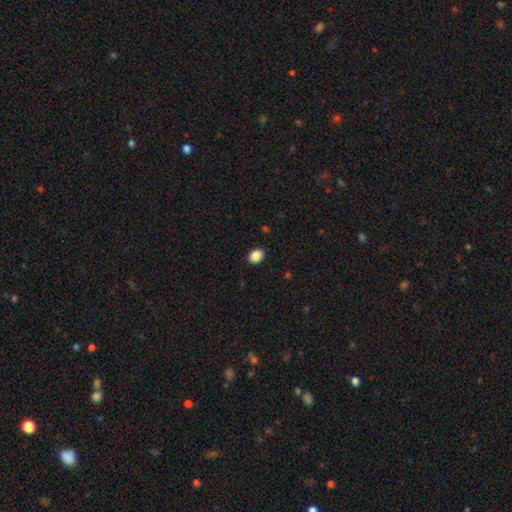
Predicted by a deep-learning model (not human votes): Smooth or featured?
  - smooth: 88% *
  - star or artifact: 8%
  - featured or disk: 3%
How rounded?
  - in between: 64% *
  - round: 35%
  - cigar-shaped: 1%
Merging?
  - none: 90% *
  - minor disturbance: 7%
  - major disturbance: 2%
  - merger: 1%